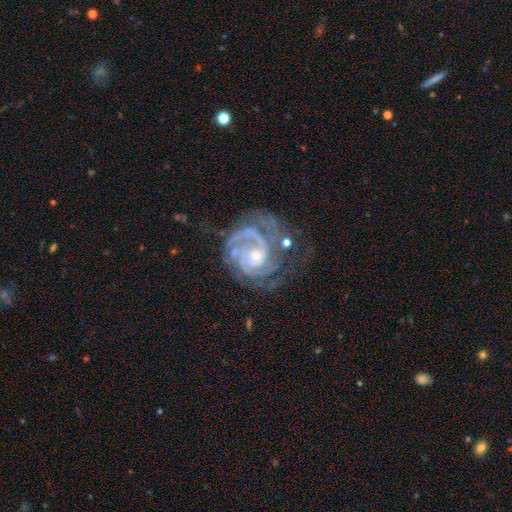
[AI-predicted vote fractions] Smooth or featured? Predicted: featured or disk (p=0.89). Edge-on disk? Predicted: no (p=0.98). Bar? Predicted: no (p=0.64). Spiral arms? Predicted: yes (p=0.97). Spiral winding? Predicted: tight (p=0.64). Spiral arm count? Predicted: 2 (p=0.33). Bulge size? Predicted: small (p=0.62). Merging? Predicted: none (p=0.55).